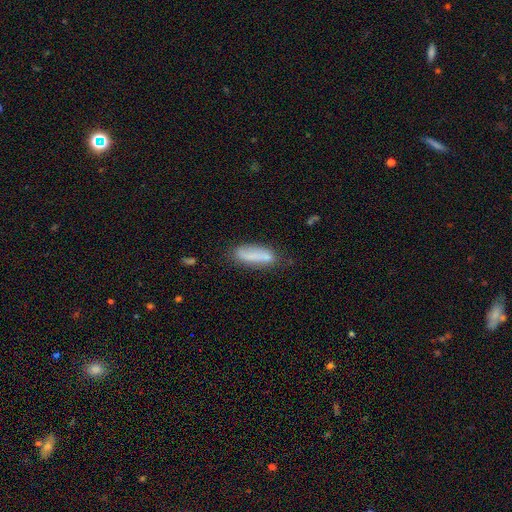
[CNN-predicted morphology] Q: Smooth or featured?
A: smooth (67%); runner-up: featured or disk (24%)
Q: How rounded?
A: cigar-shaped (52%); runner-up: in between (46%)
Q: Merging?
A: none (65%); runner-up: minor disturbance (22%)